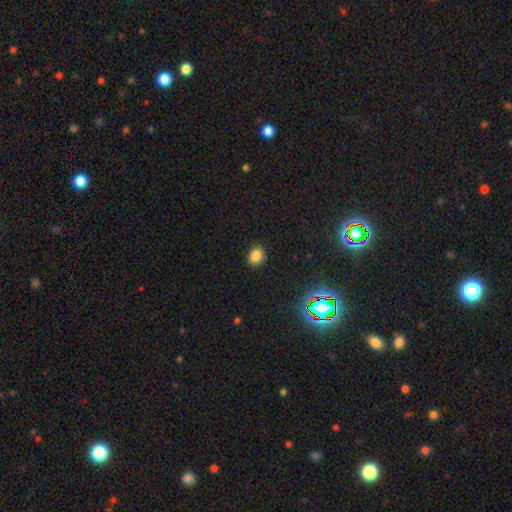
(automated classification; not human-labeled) A smooth galaxy with no disk features (83%) that is in between round and cigar-shaped (58%). Merging: none (88%).